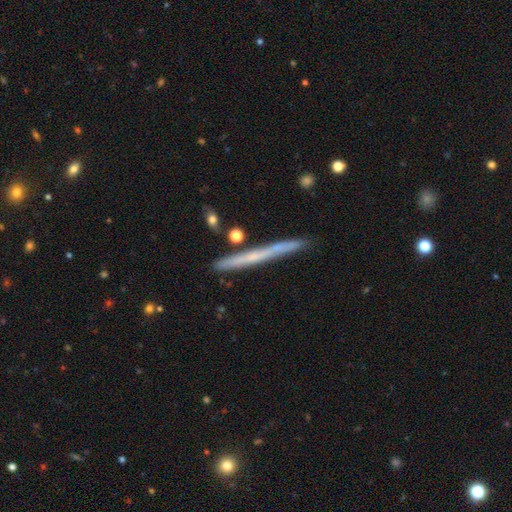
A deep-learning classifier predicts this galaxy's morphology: A featured or disk galaxy (54%) viewed edge-on (96%) with no central bulge (82%). Merging: none (86%).